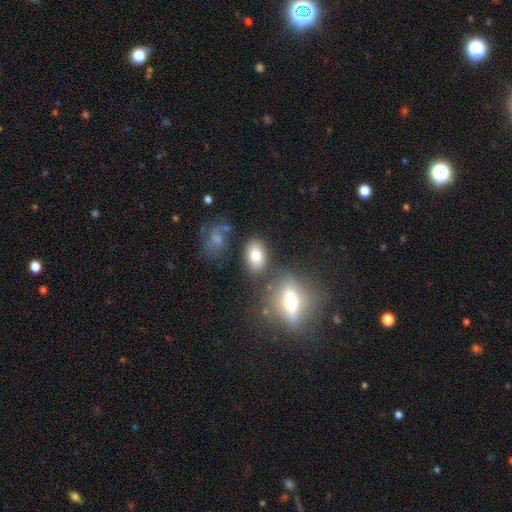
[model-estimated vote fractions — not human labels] Smooth or featured? smooth (77%)
How rounded? in between (88%)
Merging? none (75%)